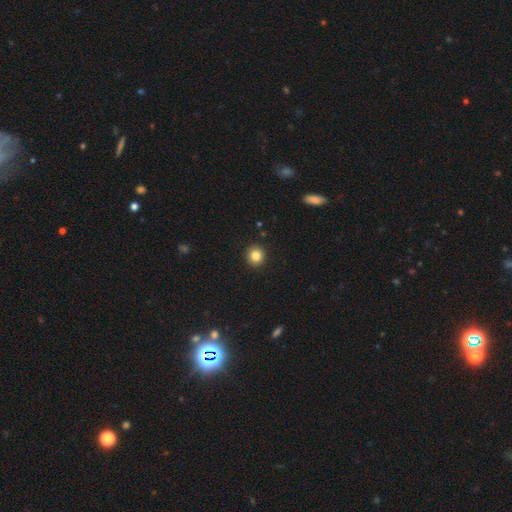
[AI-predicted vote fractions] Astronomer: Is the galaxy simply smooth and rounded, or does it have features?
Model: smooth — 84%.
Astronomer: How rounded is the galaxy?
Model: round — 89%.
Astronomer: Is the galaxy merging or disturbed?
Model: none — 92%.